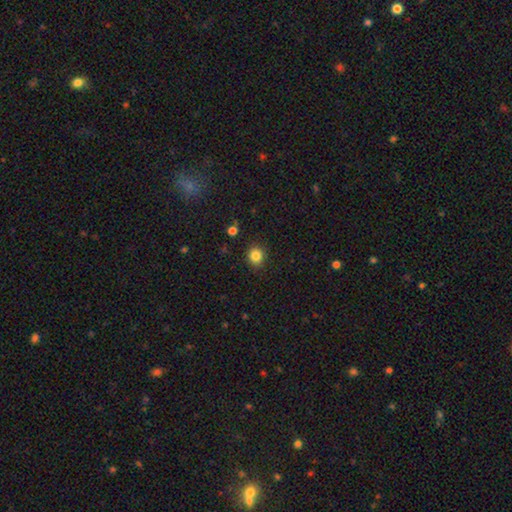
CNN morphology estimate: Smooth or featured?
  - smooth: 84% *
  - star or artifact: 12%
  - featured or disk: 4%
How rounded?
  - round: 85% *
  - in between: 14%
  - cigar-shaped: 1%
Merging?
  - none: 90% *
  - minor disturbance: 7%
  - major disturbance: 2%
  - merger: 1%